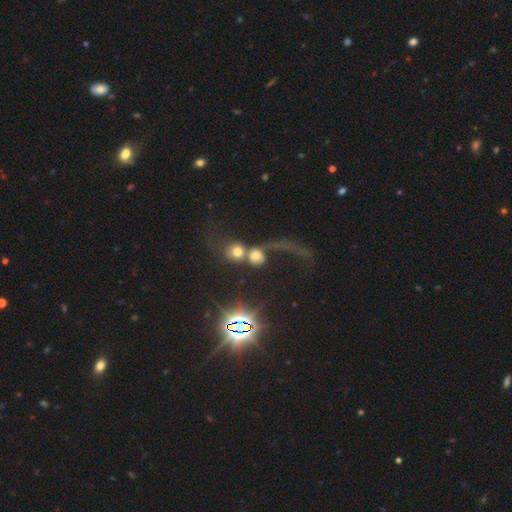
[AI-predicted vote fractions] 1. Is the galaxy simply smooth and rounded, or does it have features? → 56% smooth, 26% featured or disk, 18% star or artifact.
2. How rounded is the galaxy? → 80% round, 18% in between, 2% cigar-shaped.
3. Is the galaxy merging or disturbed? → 67% merger, 16% none, 12% major disturbance, 5% minor disturbance.